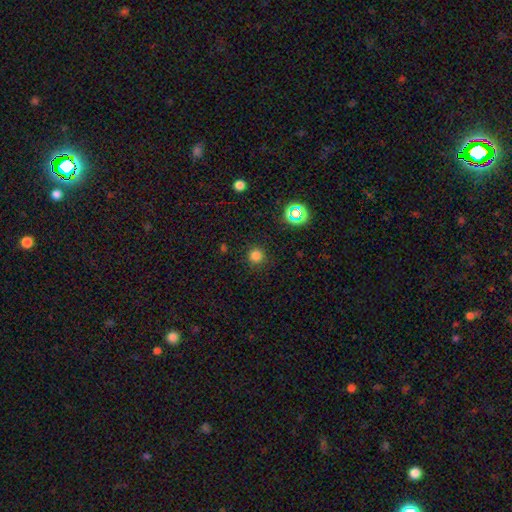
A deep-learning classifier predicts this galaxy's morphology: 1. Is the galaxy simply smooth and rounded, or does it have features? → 78% smooth, 17% star or artifact, 4% featured or disk.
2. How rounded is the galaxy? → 95% round, 4% in between, 1% cigar-shaped.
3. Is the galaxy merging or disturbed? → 89% none, 7% minor disturbance, 3% major disturbance, 1% merger.